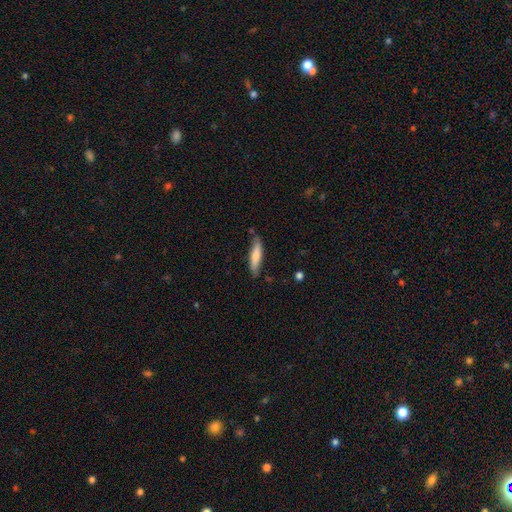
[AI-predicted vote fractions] The model was most divided on "smooth or featured": smooth: 74%, featured or disk: 21%, star or artifact: 5%. More confident: how rounded — cigar-shaped (79%); merging — none (77%).